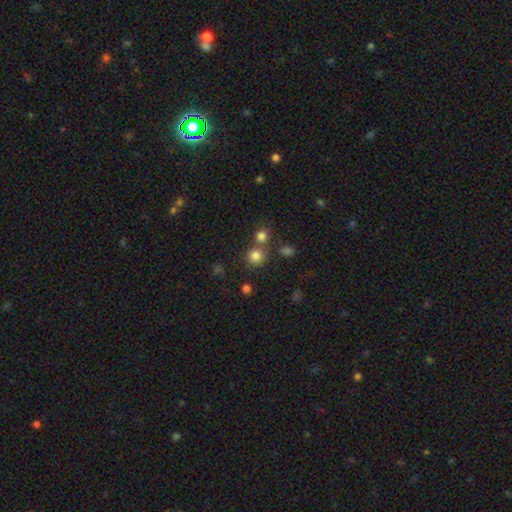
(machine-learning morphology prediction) smooth-or-featured: smooth: 79% | star or artifact: 15% | featured or disk: 6%
  how-rounded: round: 87% | in between: 12% | cigar-shaped: 1%
  merging: none: 66% | merger: 24% | minor disturbance: 8% | major disturbance: 3%